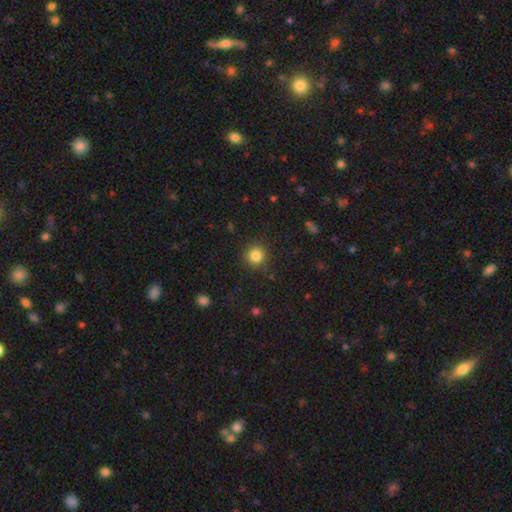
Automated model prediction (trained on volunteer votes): Overall: smooth (84%). How rounded: round (93%). Merging: none (89%).